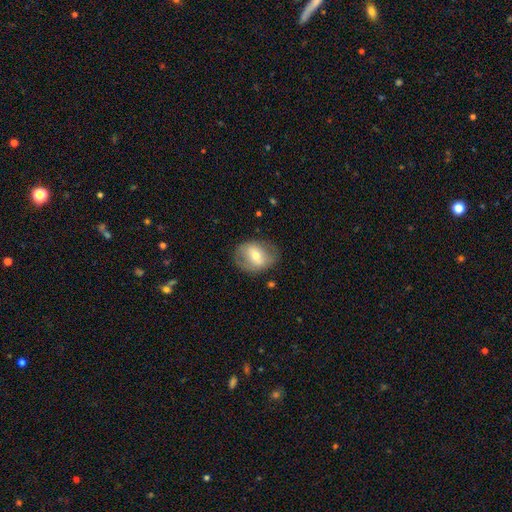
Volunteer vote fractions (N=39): This appears to be a smooth galaxy with no disk features (51%) that is in between round and cigar-shaped (55%). Merging: none (81%).